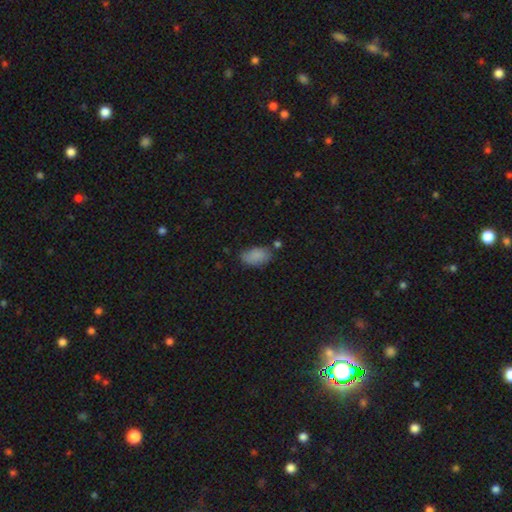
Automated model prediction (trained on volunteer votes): Overall: smooth (85%). How rounded: in between (92%). Merging: none (65%).